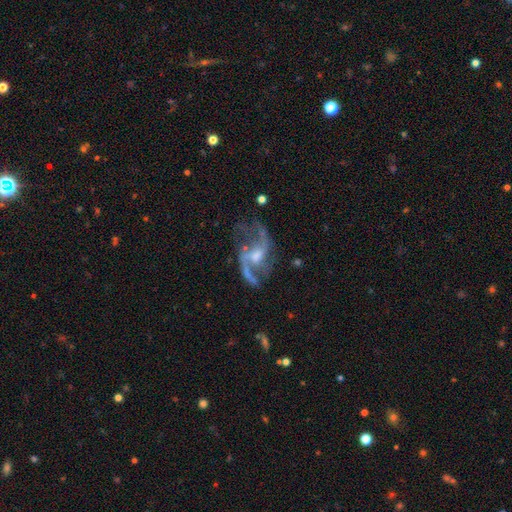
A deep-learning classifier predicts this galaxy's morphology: smooth-or-featured: featured or disk: 88% | star or artifact: 7% | smooth: 5%
  disk-edge-on: no: 97% | yes: 3%
    bar: weak: 46% | no: 38% | strong: 16%
    has-spiral-arms: yes: 93% | no: 7%
      spiral-winding: loose: 72% | medium: 23% | tight: 5%
      spiral-arm-count: 2: 81% | 3: 5% | can't tell: 5% | 1: 3% | 4: 2% | more than 4: 2%
    bulge-size: moderate: 47% | small: 37% | none: 9% | large: 5% | dominant: 1%
  merging: none: 57% | major disturbance: 21% | minor disturbance: 17% | merger: 5%